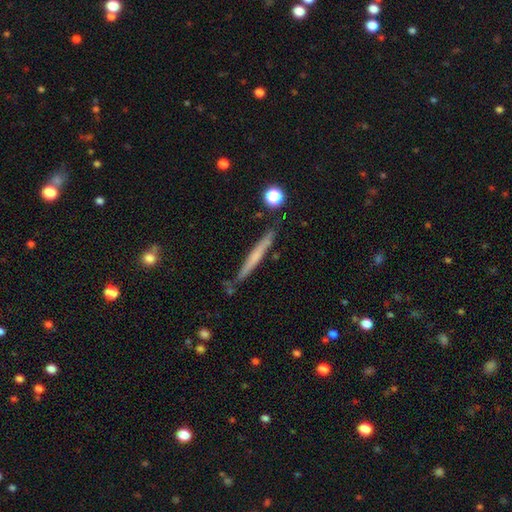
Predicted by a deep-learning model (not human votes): This appears to be a smooth galaxy with no disk features (49%). Merging: none (85%).